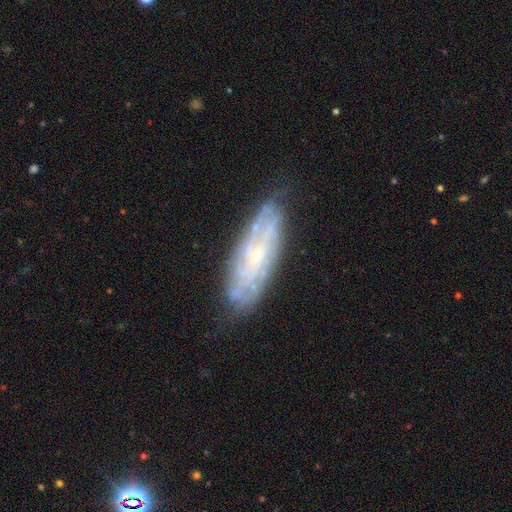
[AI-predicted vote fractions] Overall: featured or disk (74%). Edge-on disk: no (80%). Bar: no (68%). Spiral arms: yes (80%). Bulge size: small (75%). Merging: none (74%).